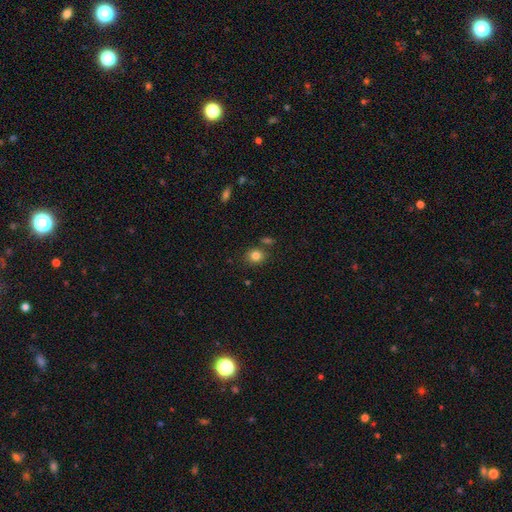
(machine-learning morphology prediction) smooth 83%, star or artifact 11%, featured or disk 6%. Down the decision tree: how rounded — round (73%); merging — none (77%).